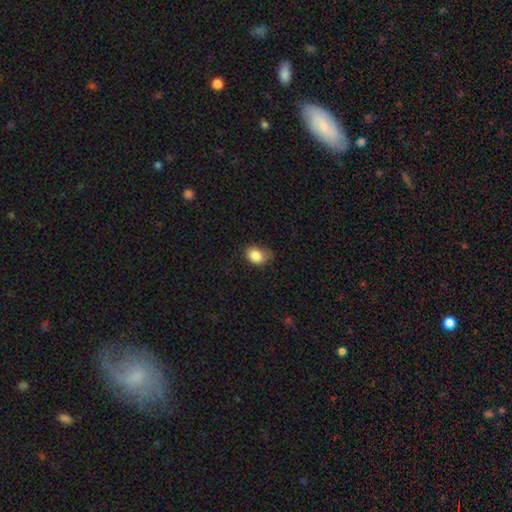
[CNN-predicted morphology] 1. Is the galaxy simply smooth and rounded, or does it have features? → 86% smooth, 9% star or artifact, 5% featured or disk.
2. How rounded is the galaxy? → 58% in between, 41% round, 1% cigar-shaped.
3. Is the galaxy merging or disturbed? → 54% none, 36% minor disturbance, 8% major disturbance, 2% merger.